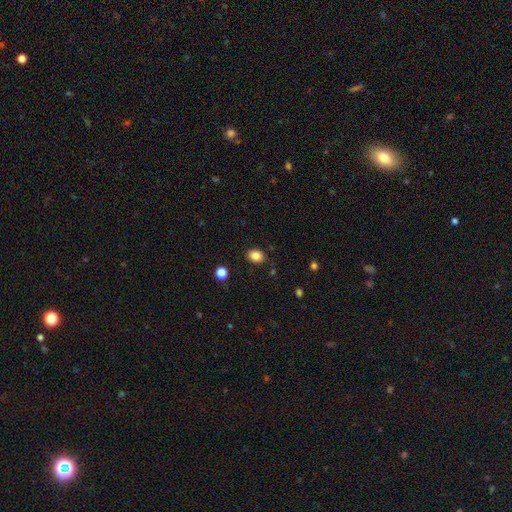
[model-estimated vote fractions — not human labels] A smooth galaxy with no disk features (85%) that is in between round and cigar-shaped (62%). Merging: none (84%).